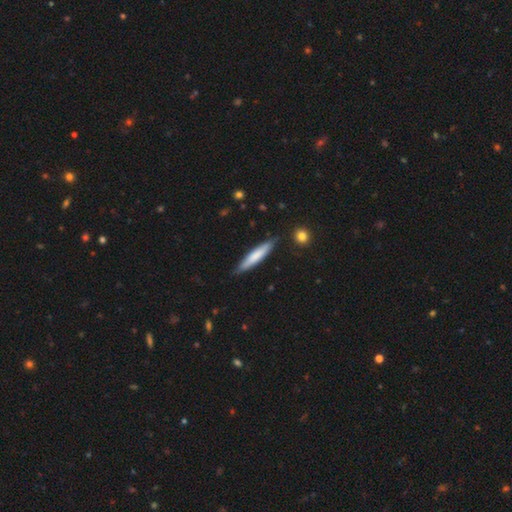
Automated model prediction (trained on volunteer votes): Q: Smooth or featured?
A: smooth (71%); runner-up: featured or disk (24%)
Q: How rounded?
A: cigar-shaped (88%); runner-up: in between (11%)
Q: Merging?
A: none (83%); runner-up: minor disturbance (13%)